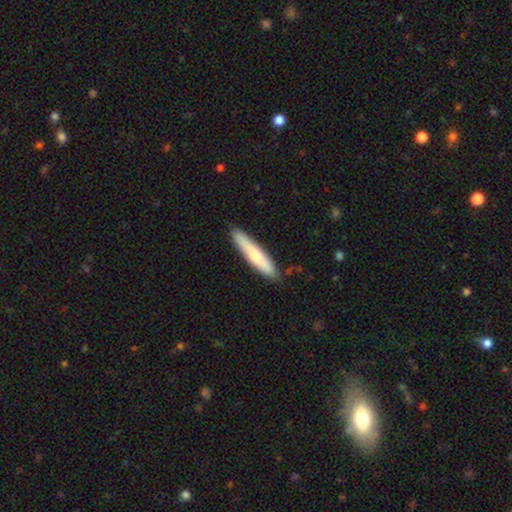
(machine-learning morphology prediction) Q: Smooth or featured?
A: smooth (64%); runner-up: featured or disk (30%)
Q: How rounded?
A: cigar-shaped (88%); runner-up: in between (11%)
Q: Merging?
A: none (87%); runner-up: minor disturbance (10%)